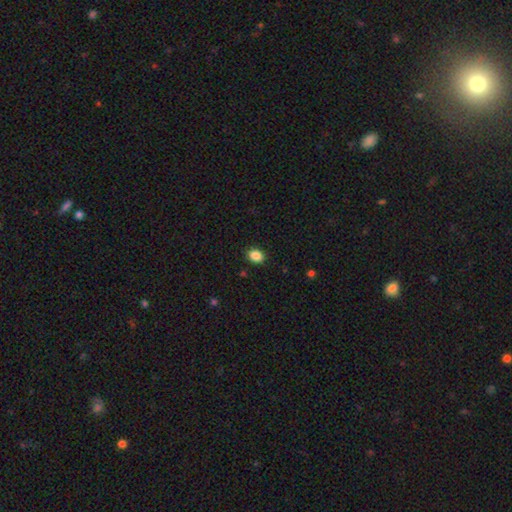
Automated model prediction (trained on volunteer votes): smooth_or_featured: smooth (p=0.87) [alt: star or artifact p=0.09]
how_rounded: in between (p=0.61) [alt: round p=0.38]
merging: none (p=0.90) [alt: minor disturbance p=0.07]